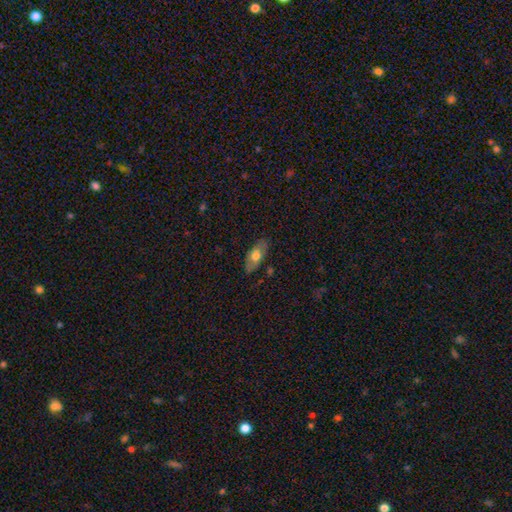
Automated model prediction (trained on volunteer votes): smooth_or_featured: smooth (p=0.64) [alt: featured or disk p=0.30]
how_rounded: in between (p=0.86) [alt: cigar-shaped p=0.11]
merging: none (p=0.81) [alt: minor disturbance p=0.14]